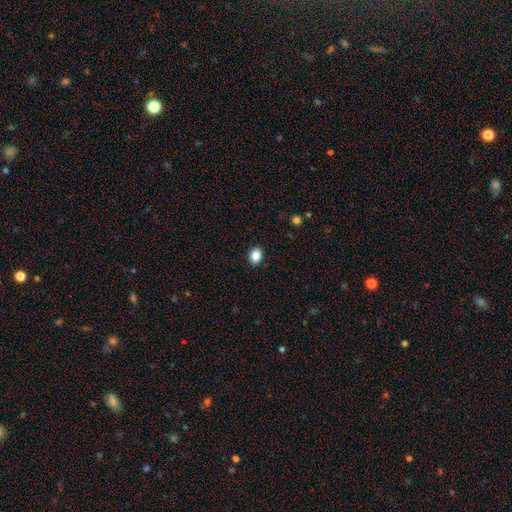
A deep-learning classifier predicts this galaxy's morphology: This is clearly a smooth galaxy (86%). How rounded: possibly in between (51%). Merging: clearly none (91%).